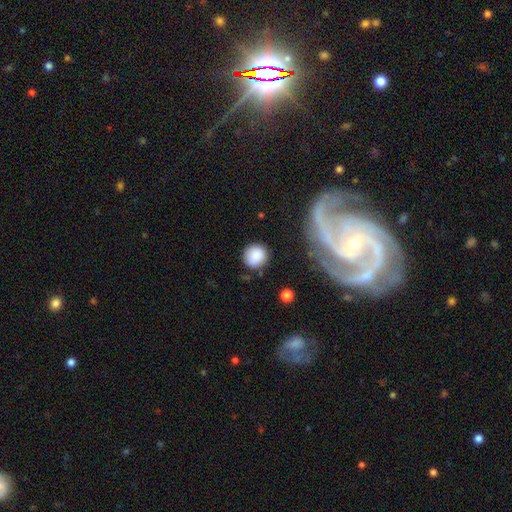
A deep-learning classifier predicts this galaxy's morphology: This appears to be a smooth galaxy with no disk features (87%) that is round (88%). Merging: none (82%).